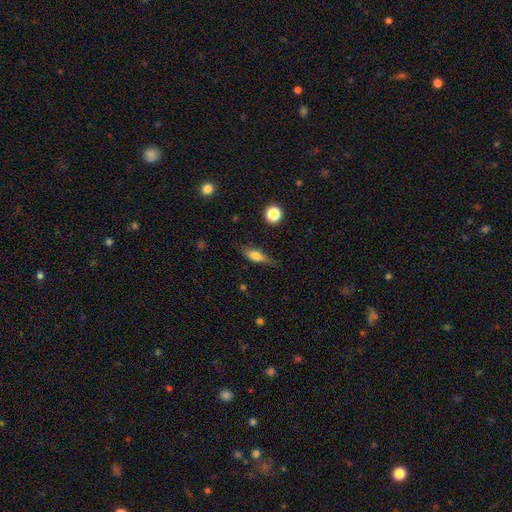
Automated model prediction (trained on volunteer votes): The model was most divided on "how rounded": in between: 53%, cigar-shaped: 42%, round: 5%. More confident: merging — none (69%); smooth or featured — smooth (62%).